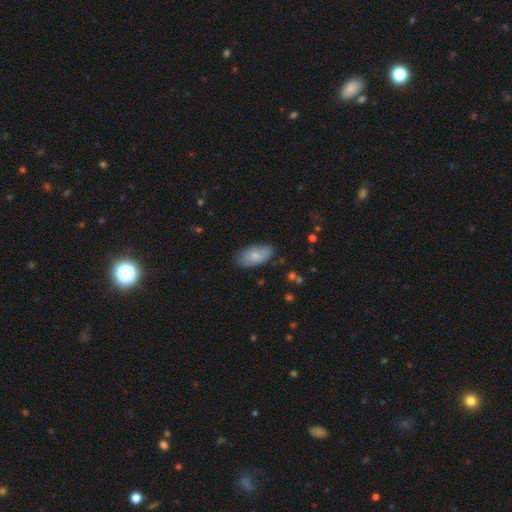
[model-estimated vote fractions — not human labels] Morphology: type=smooth (77%); roundness=in between (93%); merging=none (76%).